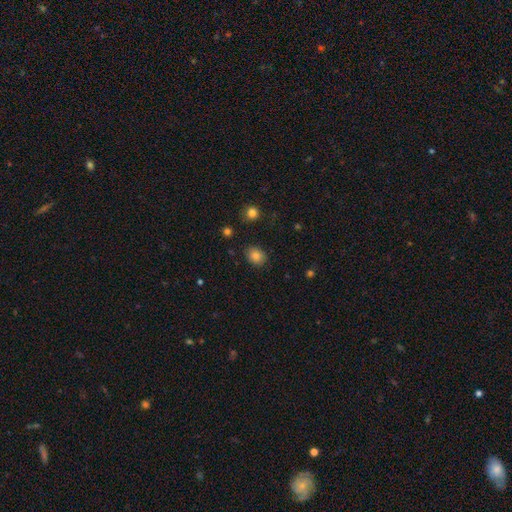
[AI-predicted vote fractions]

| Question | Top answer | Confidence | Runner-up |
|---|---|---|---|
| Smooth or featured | smooth | 82% | star or artifact (11%) |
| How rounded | in between | 50% | round (49%) |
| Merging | none | 85% | minor disturbance (11%) |